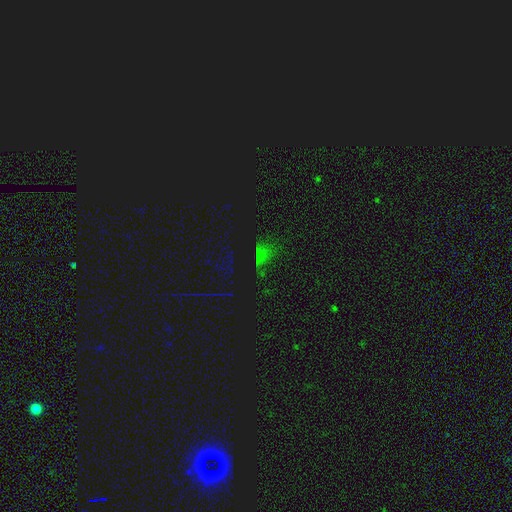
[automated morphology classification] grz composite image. It shows a star or artifact, not a galaxy (67%).